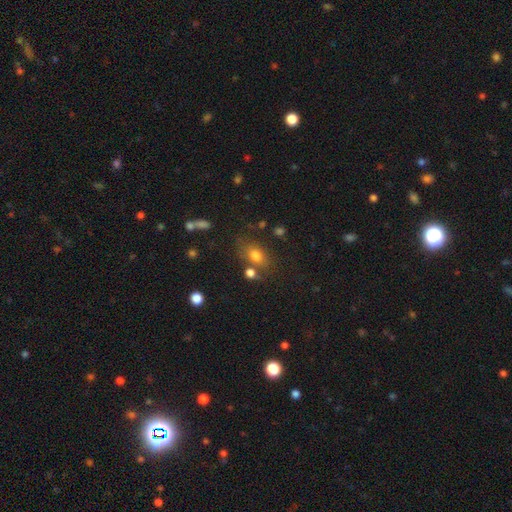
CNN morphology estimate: This is likely a smooth galaxy (76%). How rounded: likely in between (76%). Merging: likely none (66%).